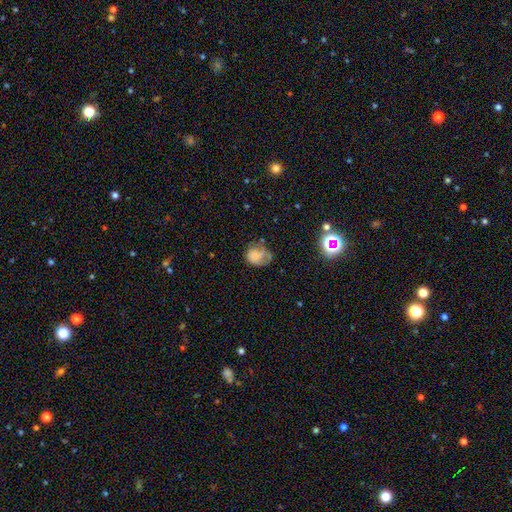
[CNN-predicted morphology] Smooth or featured? smooth (63%)
How rounded? round (56%)
Merging? none (41%)